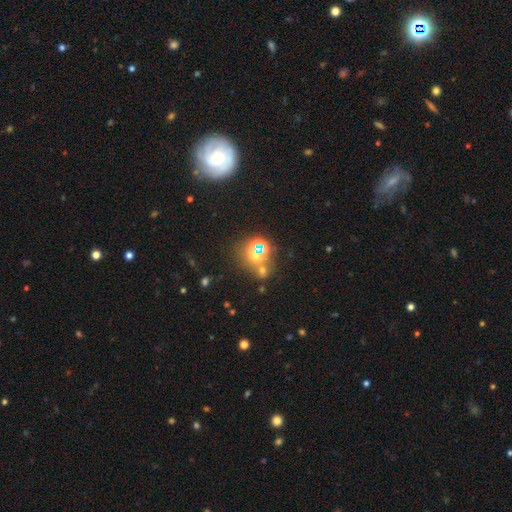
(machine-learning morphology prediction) smooth_or_featured: star or artifact (p=0.56) [alt: smooth p=0.33]